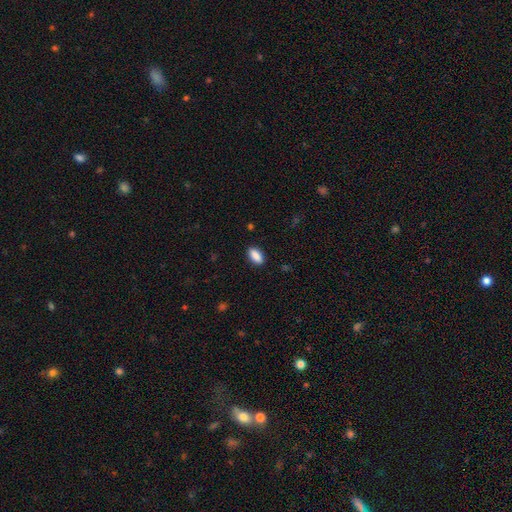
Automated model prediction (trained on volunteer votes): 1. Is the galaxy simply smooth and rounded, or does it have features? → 89% smooth, 7% star or artifact, 4% featured or disk.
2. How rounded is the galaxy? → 87% in between, 9% cigar-shaped, 3% round.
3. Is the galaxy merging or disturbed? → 88% none, 8% minor disturbance, 2% major disturbance, 1% merger.